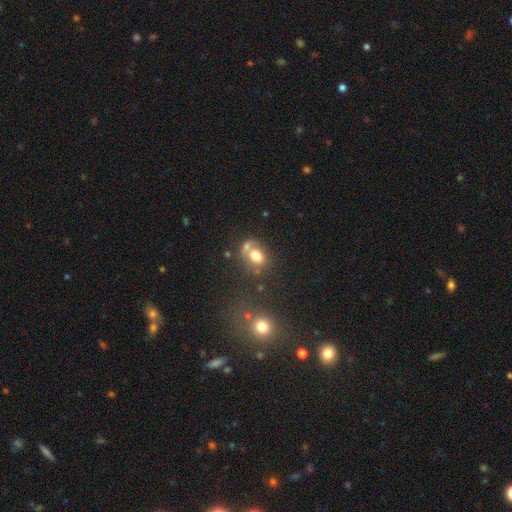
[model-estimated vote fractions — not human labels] Overall: smooth (71%). How rounded: in between (58%; round 40%). Merging: none (40%; merger 34%).